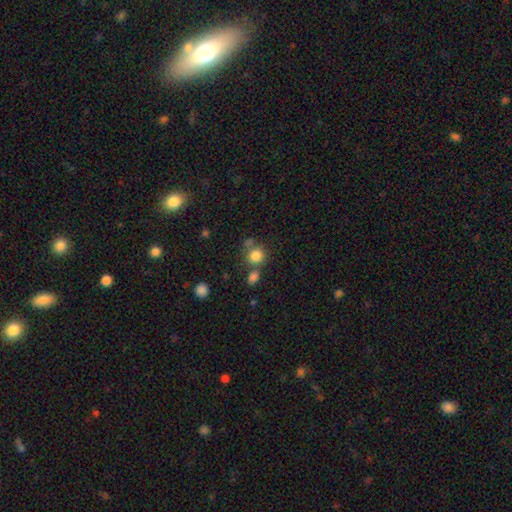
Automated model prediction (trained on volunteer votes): smooth_or_featured: smooth (p=0.82) [alt: star or artifact p=0.12]
how_rounded: round (p=0.83) [alt: in between p=0.16]
merging: none (p=0.60) [alt: merger p=0.24]